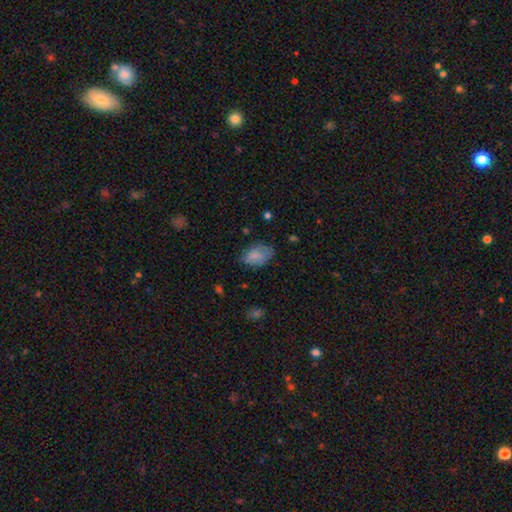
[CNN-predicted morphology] The model was most divided on "merging": none: 61%, minor disturbance: 28%, major disturbance: 9%, merger: 2%. More confident: how rounded — in between (89%); smooth or featured — smooth (80%).